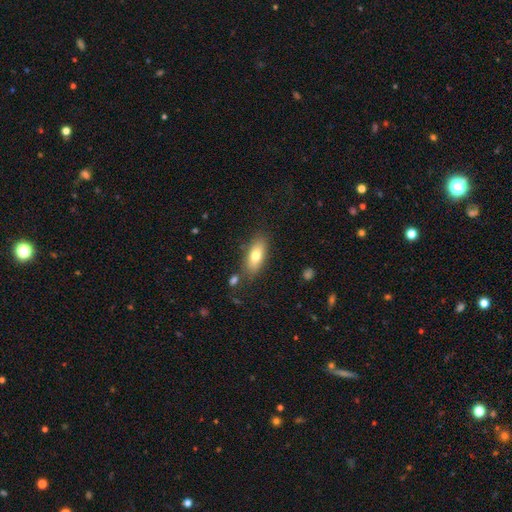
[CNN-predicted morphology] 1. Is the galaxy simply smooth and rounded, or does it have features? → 73% smooth, 19% featured or disk, 7% star or artifact.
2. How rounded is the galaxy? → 80% in between, 16% cigar-shaped, 4% round.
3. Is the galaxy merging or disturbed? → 79% none, 13% minor disturbance, 4% merger, 4% major disturbance.